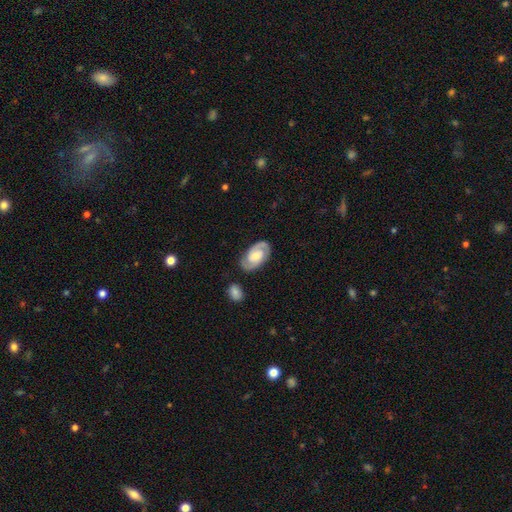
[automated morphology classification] Smooth or featured? Predicted: featured or disk (p=0.77). Edge-on disk? Predicted: no (p=0.96). Bar? Predicted: no (p=0.56). Spiral arms? Predicted: yes (p=0.94). Spiral winding? Predicted: tight (p=0.48). Spiral arm count? Predicted: 2 (p=0.88). Bulge size? Predicted: moderate (p=0.45). Merging? Predicted: none (p=0.80).